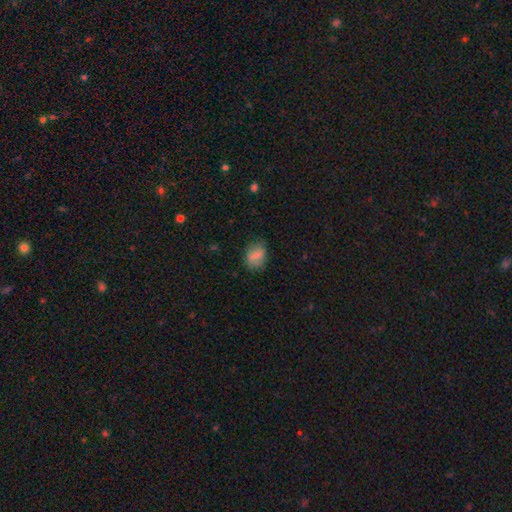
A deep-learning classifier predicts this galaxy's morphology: A smooth galaxy with no disk features (71%) that is in between round and cigar-shaped (66%).

Vote fractions:
- Smooth or featured? smooth: 71% / featured or disk: 21% / star or artifact: 8%
- How rounded? in between: 66% / round: 32% / cigar-shaped: 2%
- Merging? none: 74% / minor disturbance: 19% / major disturbance: 5% / merger: 1%